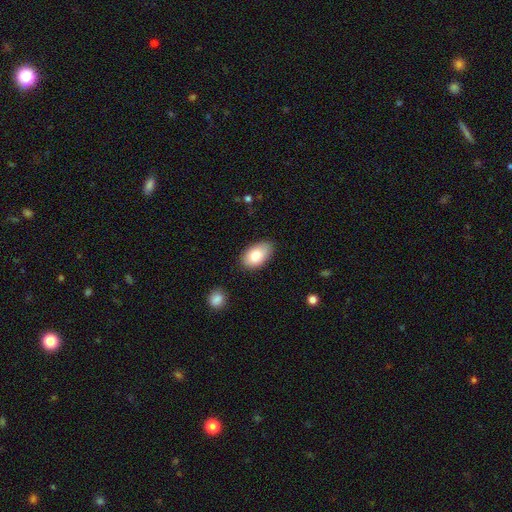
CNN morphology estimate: Smooth or featured?
  - smooth: 84% *
  - featured or disk: 9%
  - star or artifact: 7%
How rounded?
  - in between: 94% *
  - round: 5%
  - cigar-shaped: 1%
Merging?
  - none: 80% *
  - minor disturbance: 15%
  - major disturbance: 3%
  - merger: 2%